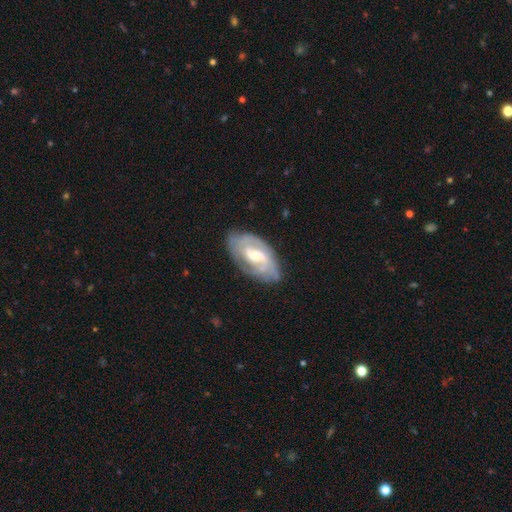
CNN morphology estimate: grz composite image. It shows a featured or disk galaxy (81%) with a weak bar (50%), 2 (47%) tight (50%) spiral arms (91%) and a moderate central bulge (62%). Merging: none (73%).